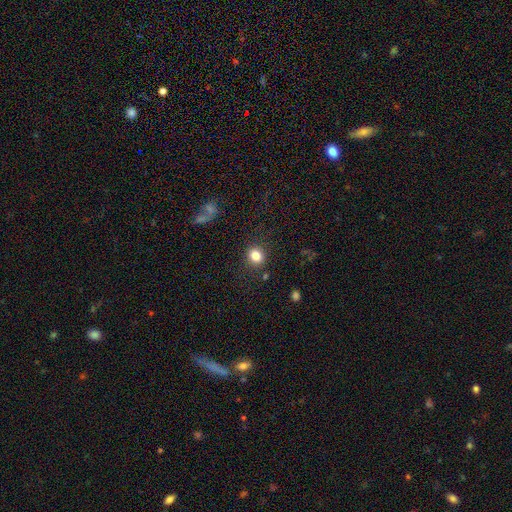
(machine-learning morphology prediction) Q: Smooth or featured?
A: smooth (83%); runner-up: star or artifact (11%)
Q: How rounded?
A: round (78%); runner-up: in between (21%)
Q: Merging?
A: none (86%); runner-up: minor disturbance (9%)